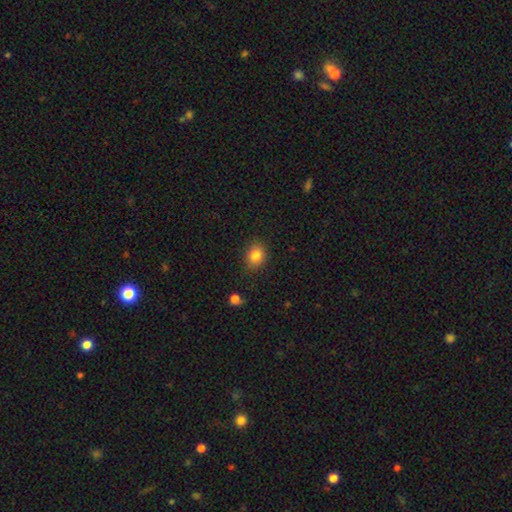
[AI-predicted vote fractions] This is clearly a smooth galaxy (83%). How rounded: possibly round (59%). Merging: clearly none (85%).